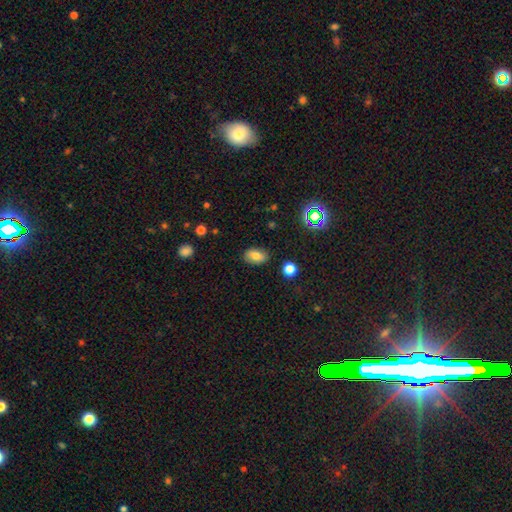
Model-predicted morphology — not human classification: smooth_or_featured: smooth (p=0.77) [alt: star or artifact p=0.11]
how_rounded: in between (p=0.88) [alt: round p=0.10]
merging: none (p=0.85) [alt: minor disturbance p=0.11]